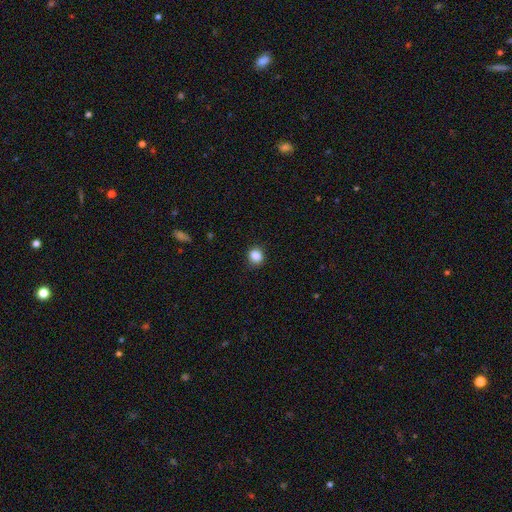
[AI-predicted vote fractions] smooth_or_featured: smooth (p=0.87) [alt: star or artifact p=0.10]
how_rounded: round (p=0.70) [alt: in between p=0.29]
merging: none (p=0.86) [alt: minor disturbance p=0.11]